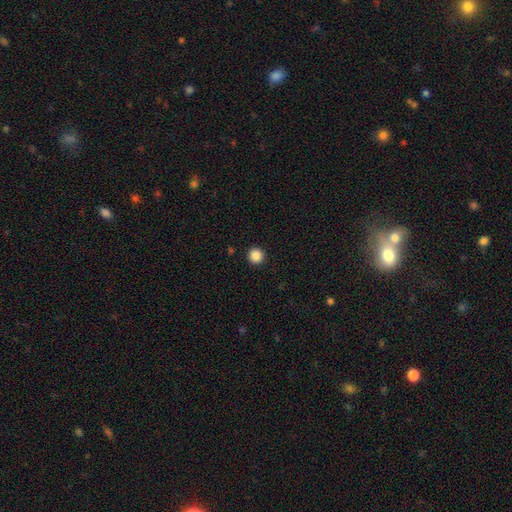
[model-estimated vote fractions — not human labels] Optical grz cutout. It shows a smooth galaxy with no disk features (87%) that is round (96%). Merging: none (93%).